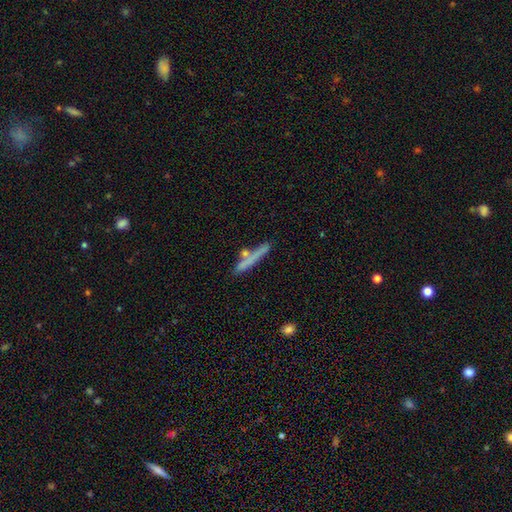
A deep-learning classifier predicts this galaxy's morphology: Smooth or featured: smooth — 50% (featured or disk — 35%)
Merging: none — 67% (minor disturbance — 16%)